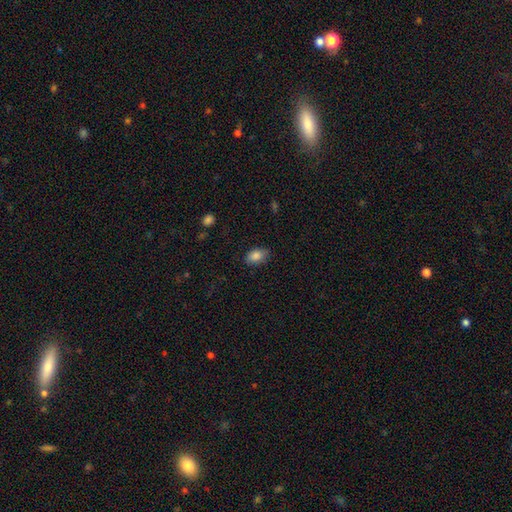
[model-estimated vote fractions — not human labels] smooth_or_featured: smooth (p=0.86) [alt: star or artifact p=0.08]
how_rounded: in between (p=0.89) [alt: round p=0.10]
merging: none (p=0.80) [alt: minor disturbance p=0.16]